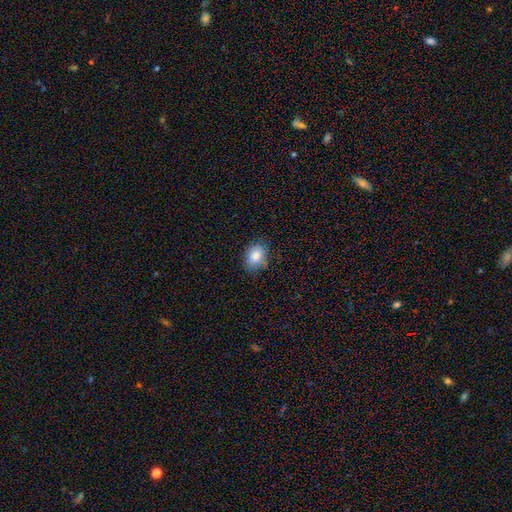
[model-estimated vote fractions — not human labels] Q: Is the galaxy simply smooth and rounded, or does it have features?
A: smooth — 82%.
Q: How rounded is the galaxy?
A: in between — 58%.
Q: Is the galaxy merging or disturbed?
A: none — 74%.